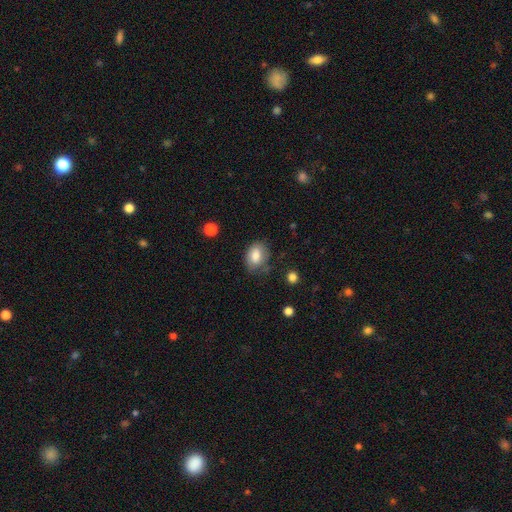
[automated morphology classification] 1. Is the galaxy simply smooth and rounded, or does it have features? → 79% smooth, 13% featured or disk, 8% star or artifact.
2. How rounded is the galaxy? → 77% in between, 21% round, 1% cigar-shaped.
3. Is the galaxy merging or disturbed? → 70% none, 22% minor disturbance, 6% major disturbance, 3% merger.